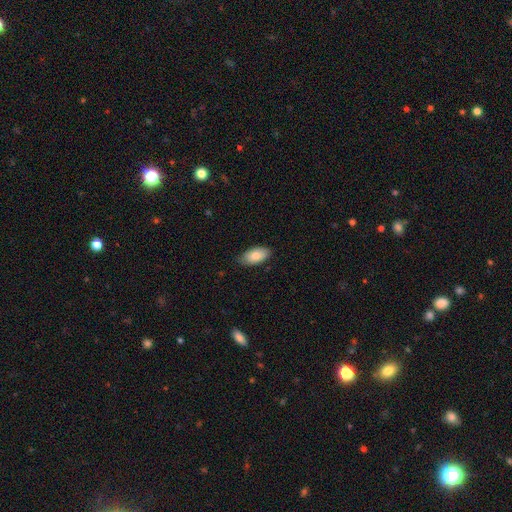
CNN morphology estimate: smooth_or_featured: smooth (p=0.80) [alt: featured or disk p=0.14]
how_rounded: in between (p=0.93) [alt: cigar-shaped p=0.03]
merging: none (p=0.80) [alt: minor disturbance p=0.17]